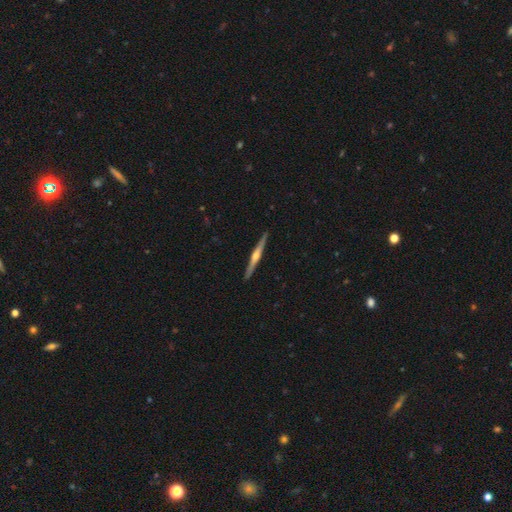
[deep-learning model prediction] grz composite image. It shows a featured or disk galaxy (75%) viewed edge-on (98%) with a rounded central bulge (84%). Merging: none (91%).